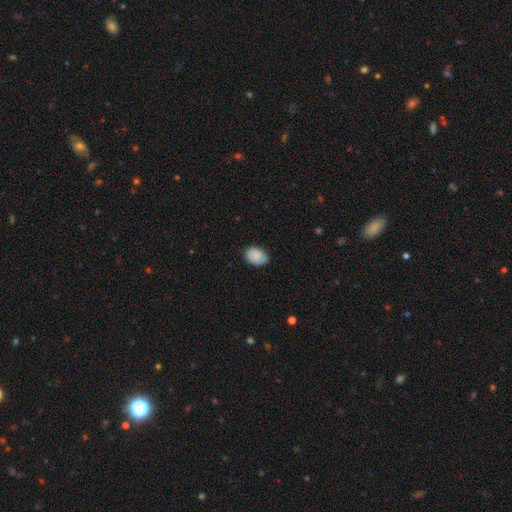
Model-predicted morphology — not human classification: smooth-or-featured: smooth: 88% | star or artifact: 7% | featured or disk: 5%
  how-rounded: in between: 81% | round: 18% | cigar-shaped: 1%
  merging: none: 78% | minor disturbance: 18% | major disturbance: 3% | merger: 1%